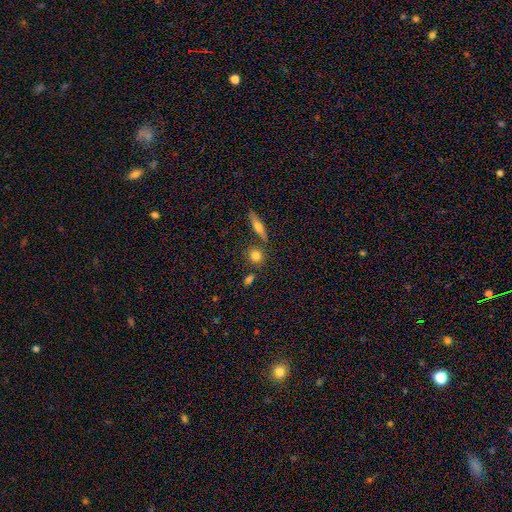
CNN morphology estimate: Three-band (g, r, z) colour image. It shows a smooth galaxy with no disk features (79%) that is round (68%). Merging: none (75%).